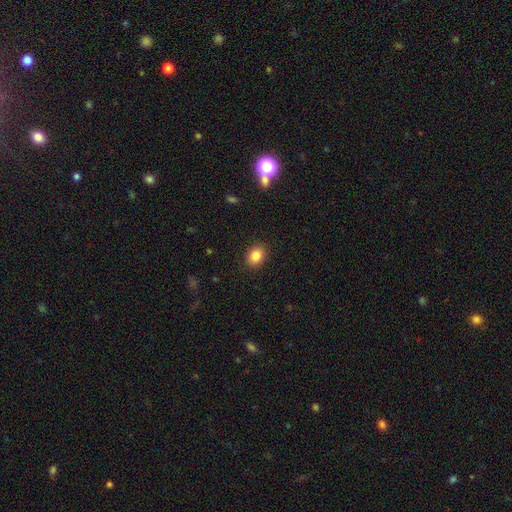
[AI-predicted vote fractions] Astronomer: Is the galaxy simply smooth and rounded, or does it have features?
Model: smooth — 85%.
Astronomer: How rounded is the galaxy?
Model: in between — 50%, tied with round at 50%.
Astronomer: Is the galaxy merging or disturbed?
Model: none — 90%.